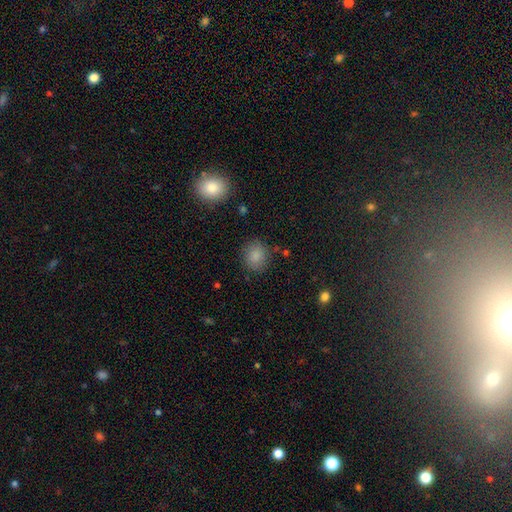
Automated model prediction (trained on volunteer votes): smooth_or_featured: smooth (p=0.86) [alt: star or artifact p=0.09]
how_rounded: round (p=0.77) [alt: in between p=0.22]
merging: none (p=0.84) [alt: minor disturbance p=0.10]